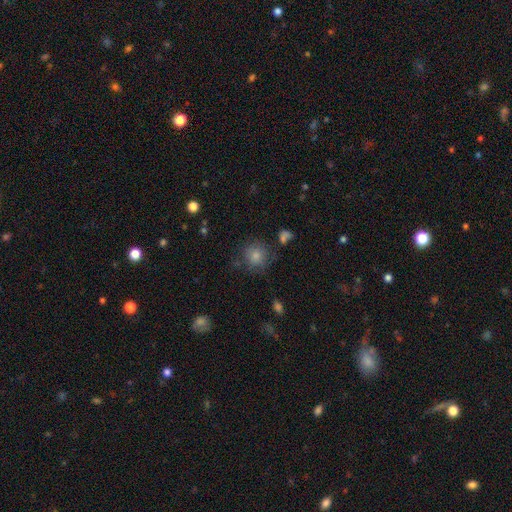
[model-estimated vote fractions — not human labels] A smooth galaxy with no disk features (79%) that is round (88%). Merging: none (70%).